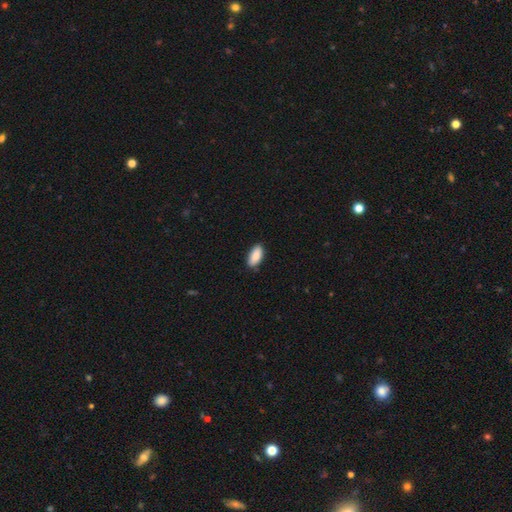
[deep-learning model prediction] A smooth galaxy with no disk features (88%) that is in between round and cigar-shaped (89%). Merging: none (86%).